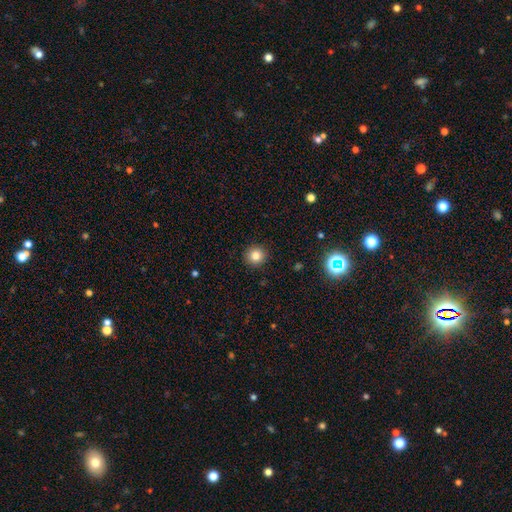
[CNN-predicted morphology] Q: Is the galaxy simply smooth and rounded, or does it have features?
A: smooth — 82%.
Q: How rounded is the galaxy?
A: round — 93%.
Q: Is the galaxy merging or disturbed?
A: none — 92%.